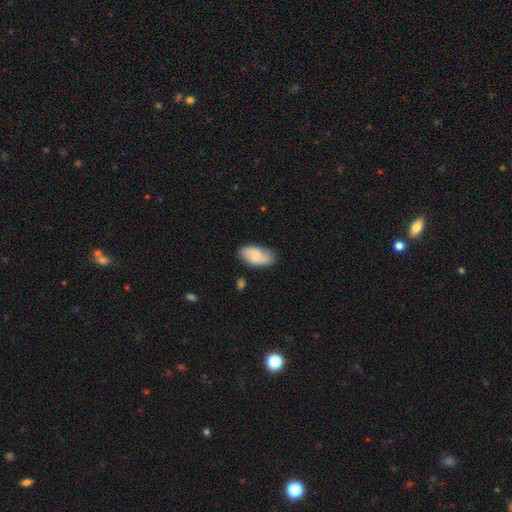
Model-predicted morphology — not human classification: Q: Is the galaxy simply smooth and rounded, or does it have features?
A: smooth — 57%.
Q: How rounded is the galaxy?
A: in between — 93%.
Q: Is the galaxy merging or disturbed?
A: none — 75%.